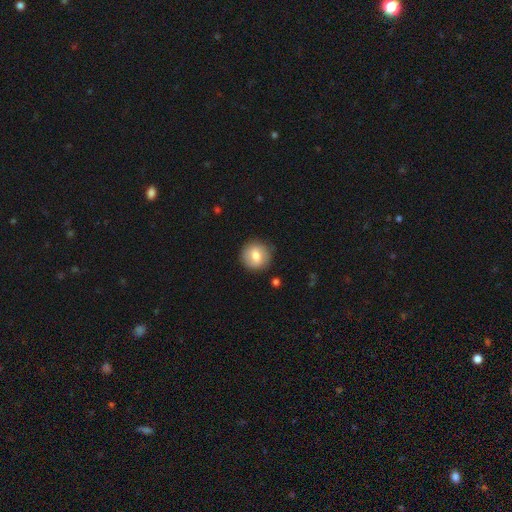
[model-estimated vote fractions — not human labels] This appears to be a smooth galaxy with no disk features (75%) that is round (91%). Merging: none (87%).